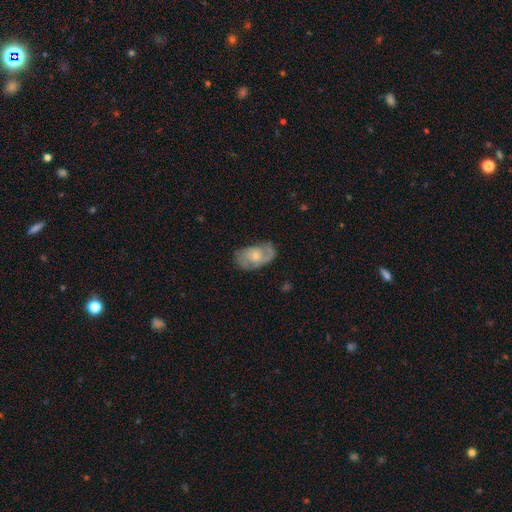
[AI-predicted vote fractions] Smooth or featured? Predicted: featured or disk (p=0.59). Edge-on disk? Predicted: no (p=0.95). Bar? Predicted: no (p=0.70). Spiral arms? Predicted: yes (p=0.82). Bulge size? Predicted: moderate (p=0.46). Merging? Predicted: none (p=0.62).